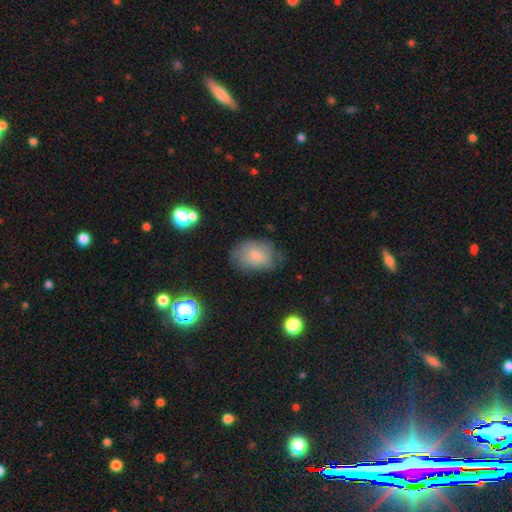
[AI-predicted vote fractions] Smooth or featured?
  - smooth: 64% *
  - featured or disk: 26%
  - star or artifact: 10%
How rounded?
  - in between: 77% *
  - round: 22%
  - cigar-shaped: 1%
Merging?
  - none: 62% *
  - minor disturbance: 27%
  - major disturbance: 9%
  - merger: 2%